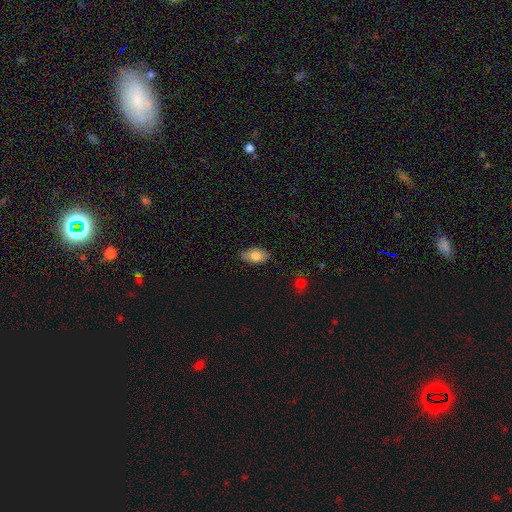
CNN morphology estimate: Smooth or featured? smooth (79%)
How rounded? in between (91%)
Merging? none (79%)